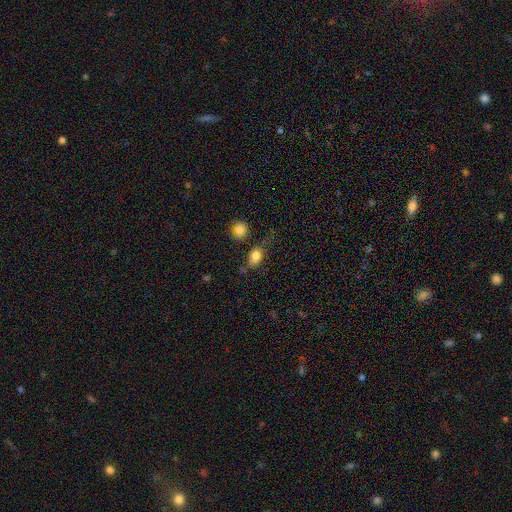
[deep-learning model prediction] Smooth or featured? Predicted: smooth (p=0.80). How rounded? Predicted: in between (p=0.80). Merging? Predicted: none (p=0.47).